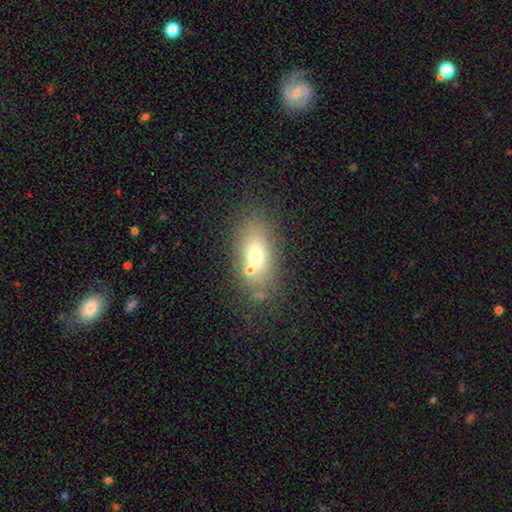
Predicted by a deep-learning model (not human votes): Smooth or featured? Predicted: smooth (p=0.67). How rounded? Predicted: in between (p=0.81). Merging? Predicted: none (p=0.65).